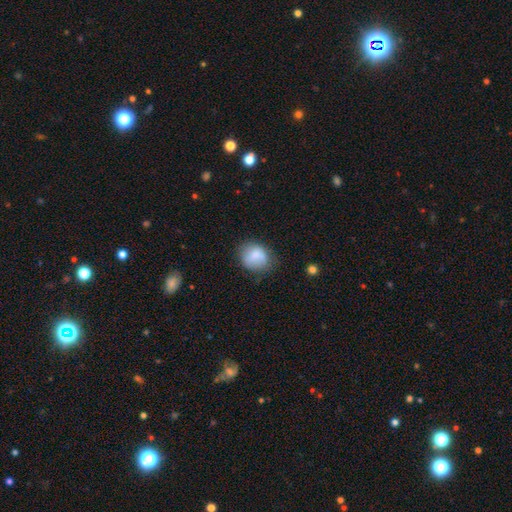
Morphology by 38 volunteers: Smooth or featured: smooth — 84% (featured or disk — 13%)
How rounded: round — 59% (in between — 41%)
Merging: none — 46% (minor disturbance — 41%)